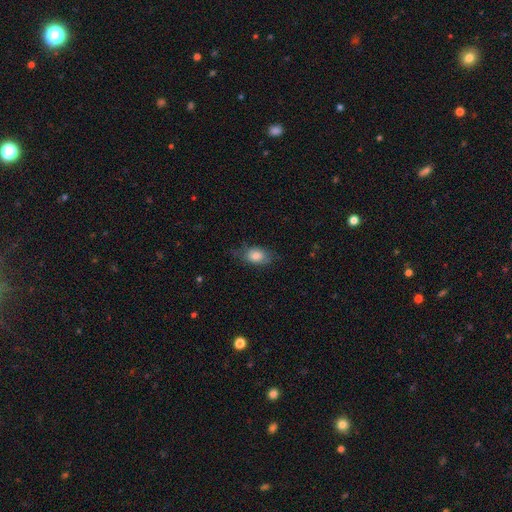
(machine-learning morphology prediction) smooth 80%, featured or disk 12%, star or artifact 8%. Down the decision tree: how rounded — in between (82%); merging — none (64%).